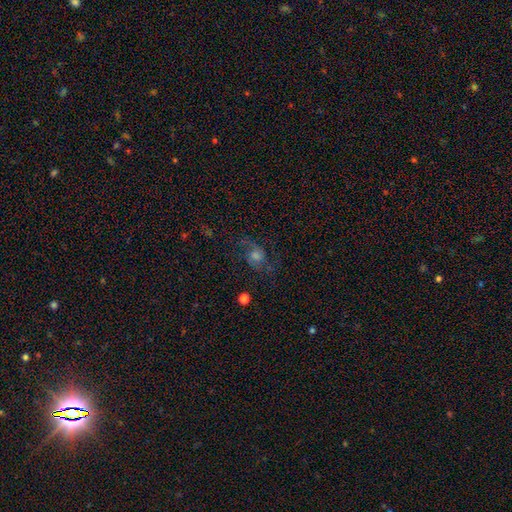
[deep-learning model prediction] Q: Smooth or featured?
A: featured or disk (57%); runner-up: smooth (23%)
Q: Edge-on disk?
A: no (96%); runner-up: yes (4%)
Q: Bar?
A: no (67%); runner-up: weak (28%)
Q: Spiral arms?
A: yes (90%); runner-up: no (10%)
Q: Bulge size?
A: moderate (44%); runner-up: small (25%)
Q: Merging?
A: none (67%); runner-up: minor disturbance (16%)